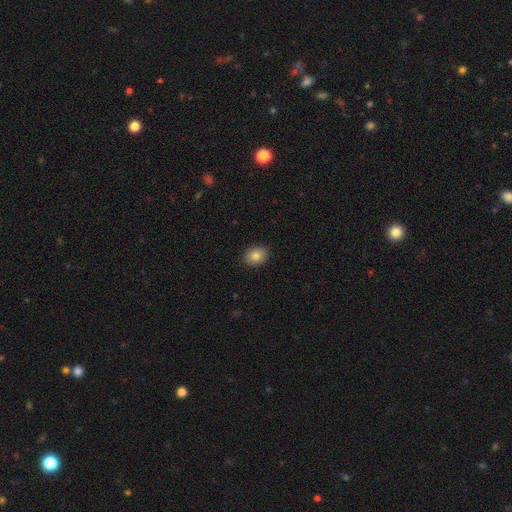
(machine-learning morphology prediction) type=smooth (83%); roundness=in between (60%); merging=none (90%).